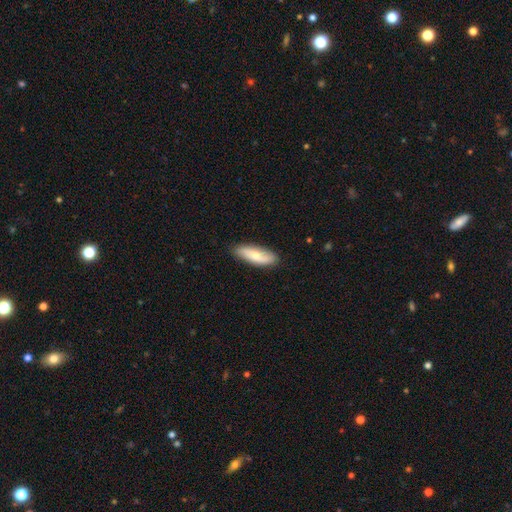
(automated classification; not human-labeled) smooth 65%, featured or disk 30%, star or artifact 5%. Down the decision tree: how rounded — in between (59%); merging — none (84%).